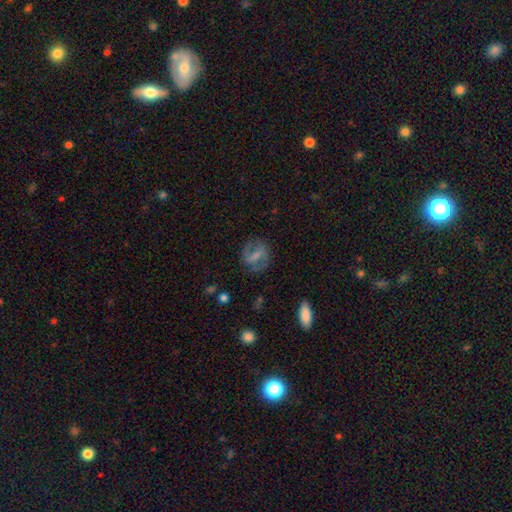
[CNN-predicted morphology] This is possibly a featured or disk galaxy (60%). It is clearly not viewed edge-on (96%). Bar: marginally weak (42%). Spiral arm pattern: likely yes (74%). Central bulge: marginally small (37%). Merging: likely none (70%).